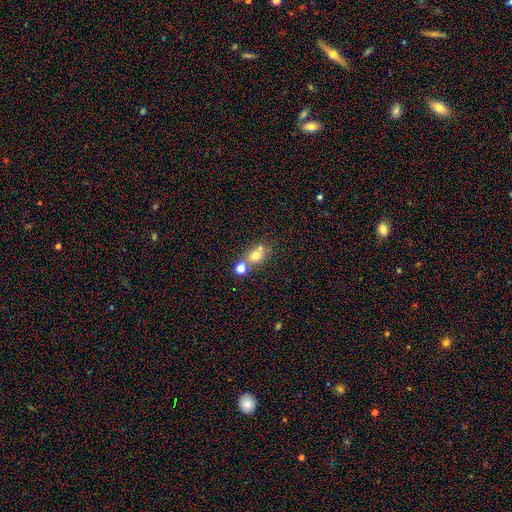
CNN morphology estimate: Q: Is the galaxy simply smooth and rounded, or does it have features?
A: smooth — 67%.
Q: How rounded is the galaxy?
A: round — 55%.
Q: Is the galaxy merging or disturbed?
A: merger — 44%.